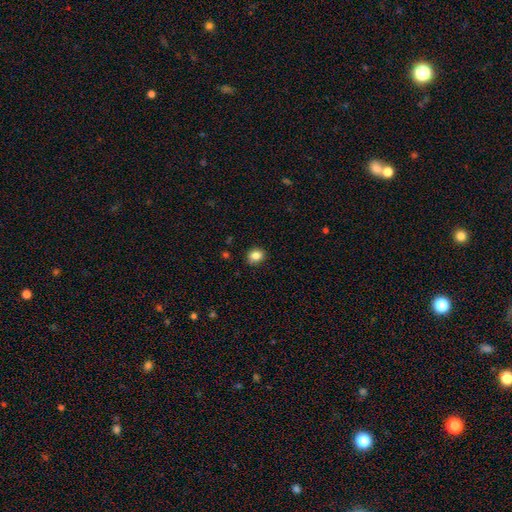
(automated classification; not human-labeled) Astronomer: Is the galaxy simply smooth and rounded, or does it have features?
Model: smooth — 84%.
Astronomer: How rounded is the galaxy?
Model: round — 65%.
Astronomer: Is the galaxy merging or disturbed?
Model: none — 87%.